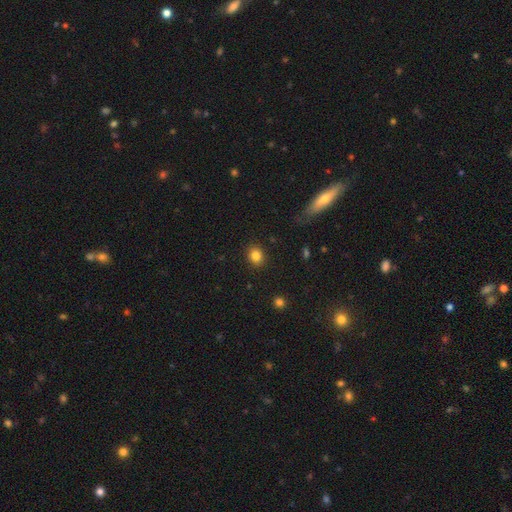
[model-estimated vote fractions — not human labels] Smooth or featured: smooth — 83% (star or artifact — 11%)
How rounded: round — 69% (in between — 30%)
Merging: none — 89% (minor disturbance — 8%)